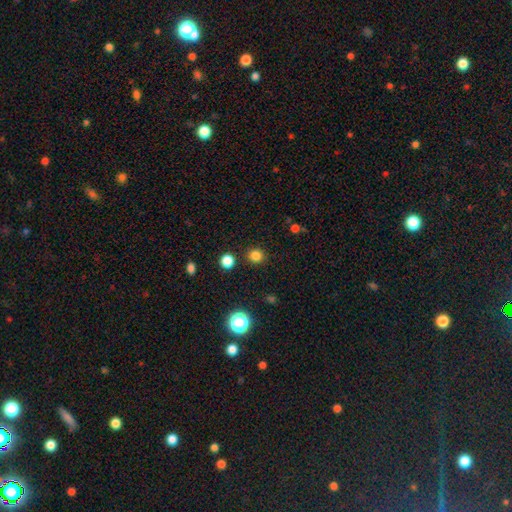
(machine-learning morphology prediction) A smooth galaxy with no disk features (81%) that is round (91%).

Vote fractions:
- Smooth or featured? smooth: 81% / star or artifact: 15% / featured or disk: 4%
- How rounded? round: 91% / in between: 8% / cigar-shaped: 1%
- Merging? none: 89% / minor disturbance: 6% / merger: 3% / major disturbance: 2%